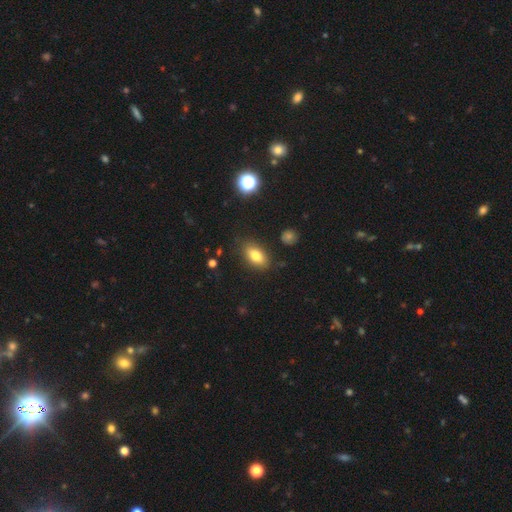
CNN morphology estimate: Q: Smooth or featured?
A: smooth (79%); runner-up: featured or disk (11%)
Q: How rounded?
A: in between (86%); runner-up: cigar-shaped (8%)
Q: Merging?
A: none (84%); runner-up: minor disturbance (11%)